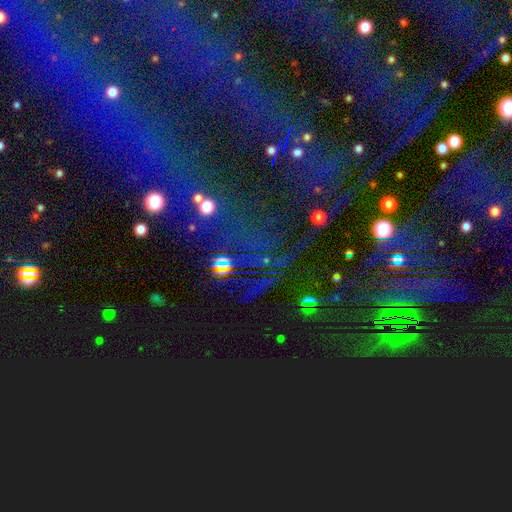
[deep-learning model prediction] Smooth or featured? Predicted: star or artifact (p=0.82).